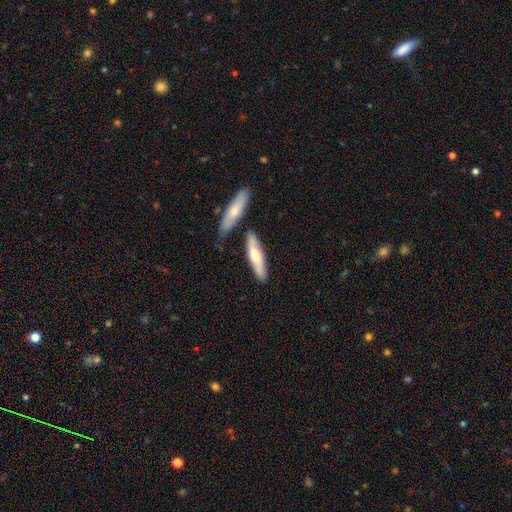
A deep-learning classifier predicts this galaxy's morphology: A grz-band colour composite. It shows a smooth galaxy with no disk features (56%) that is cigar-shaped (72%). Merging: none (74%).